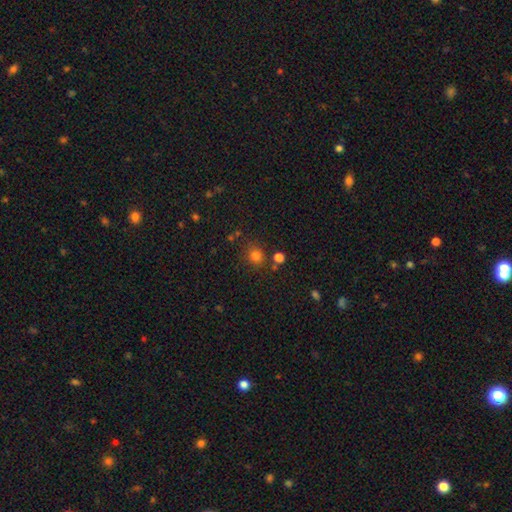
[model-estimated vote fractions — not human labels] Smooth or featured? smooth (79%)
How rounded? round (86%)
Merging? none (78%)